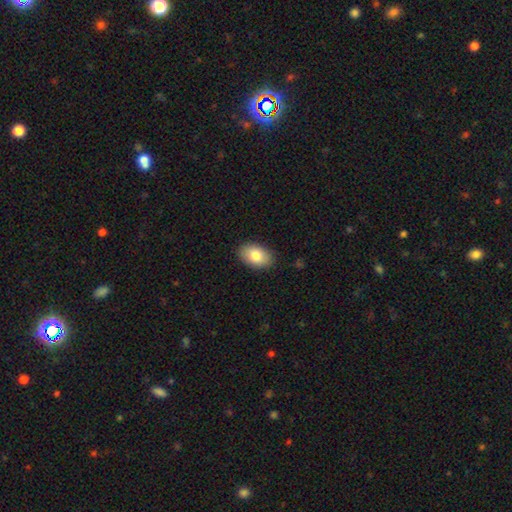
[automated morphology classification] smooth-or-featured: smooth: 81% | featured or disk: 12% | star or artifact: 7%
  how-rounded: in between: 89% | round: 10% | cigar-shaped: 1%
  merging: none: 88% | minor disturbance: 9% | major disturbance: 2% | merger: 1%